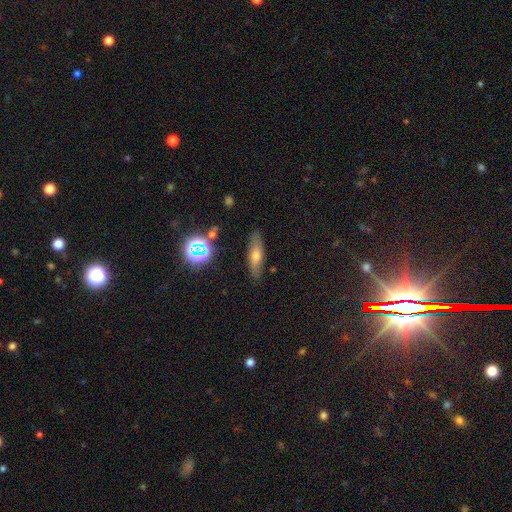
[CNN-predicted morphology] Q: Smooth or featured?
A: smooth (57%); runner-up: featured or disk (31%)
Q: How rounded?
A: cigar-shaped (53%); runner-up: in between (42%)
Q: Merging?
A: none (84%); runner-up: minor disturbance (11%)